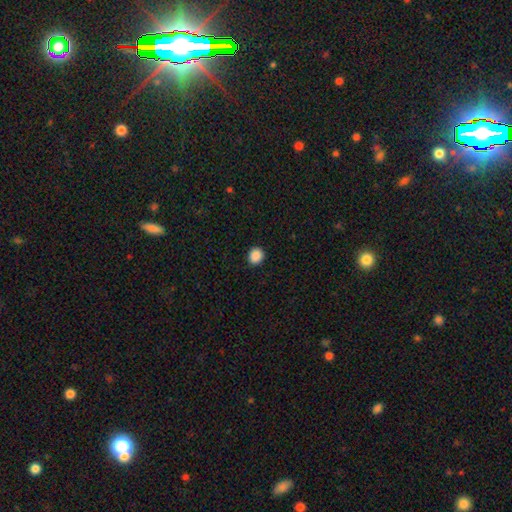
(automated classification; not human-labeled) Smooth or featured? smooth (89%)
How rounded? round (82%)
Merging? none (91%)